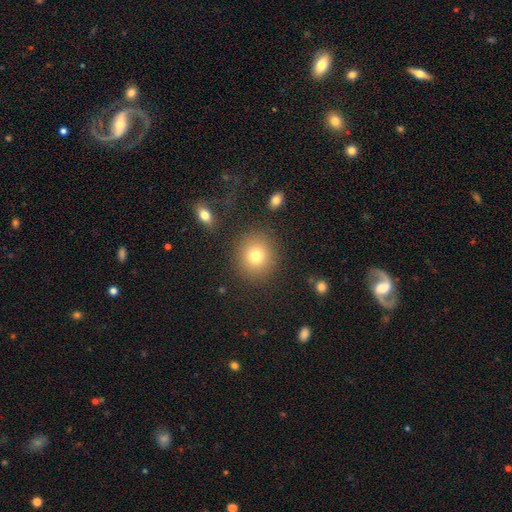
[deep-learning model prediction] Smooth or featured? Predicted: smooth (p=0.77). How rounded? Predicted: round (p=0.84). Merging? Predicted: none (p=0.87).